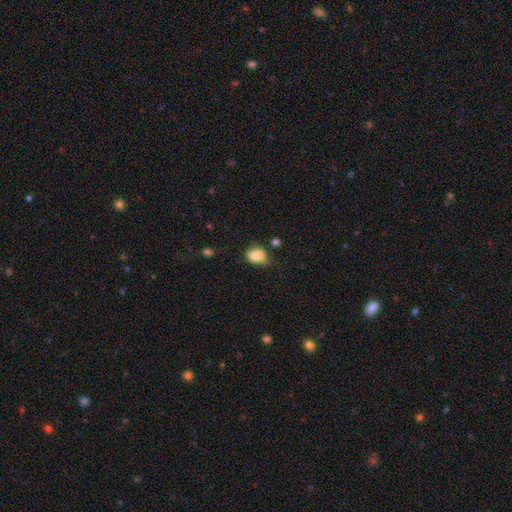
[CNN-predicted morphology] A smooth galaxy with no disk features (81%) that is round (63%). Merging: none (48%).